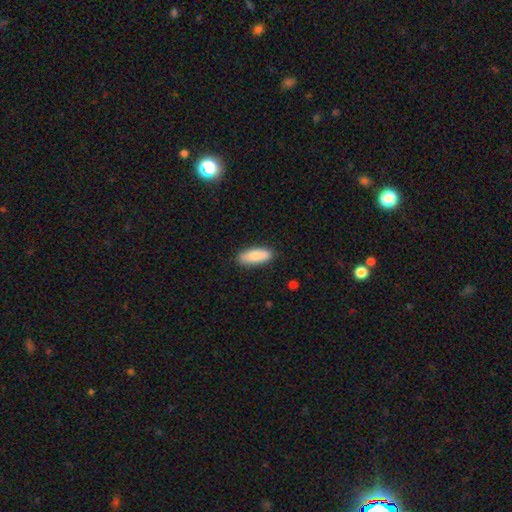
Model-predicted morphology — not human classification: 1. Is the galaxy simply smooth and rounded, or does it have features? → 84% smooth, 10% featured or disk, 6% star or artifact.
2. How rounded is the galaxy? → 76% in between, 22% cigar-shaped, 2% round.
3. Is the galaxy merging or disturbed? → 86% none, 11% minor disturbance, 2% major disturbance, 1% merger.